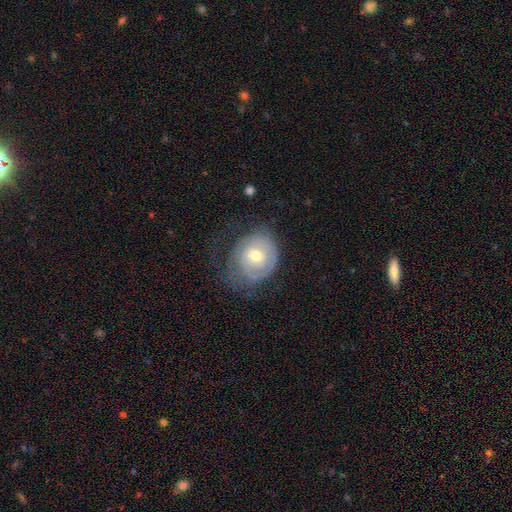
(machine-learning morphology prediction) A featured or disk galaxy (71%) with no bar (59%), 2 (32%, tied with can't tell) tight (66%) spiral arms (85%) and a moderate central bulge (61%).

Vote fractions:
- Smooth or featured? featured or disk: 71% / smooth: 23% / star or artifact: 6%
- Edge-on disk? no: 97% / yes: 3%
- Bar? no: 59% / weak: 34% / strong: 6%
- Spiral arms? yes: 85% / no: 15%
- Spiral winding? tight: 66% / medium: 24% / loose: 10%
- Spiral arm count? 2: 32% (tied) / can't tell: 32% (tied) / 1: 26% / 3: 6% / 4: 2% / more than 4: 2%
- Bulge size? moderate: 61% / small: 33% / large: 4% / none: 1% / dominant: 1%
- Merging? none: 54% / minor disturbance: 25% / major disturbance: 20% / merger: 1%